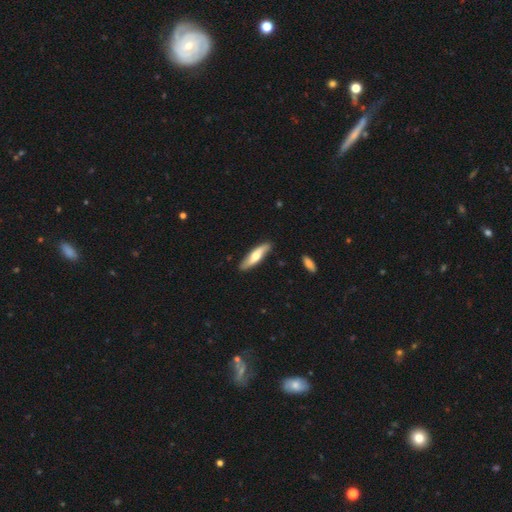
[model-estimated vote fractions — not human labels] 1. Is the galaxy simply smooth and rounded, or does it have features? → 53% smooth, 42% featured or disk, 5% star or artifact.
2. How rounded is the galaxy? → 69% cigar-shaped, 29% in between, 2% round.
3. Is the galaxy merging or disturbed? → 86% none, 11% minor disturbance, 2% major disturbance, 2% merger.